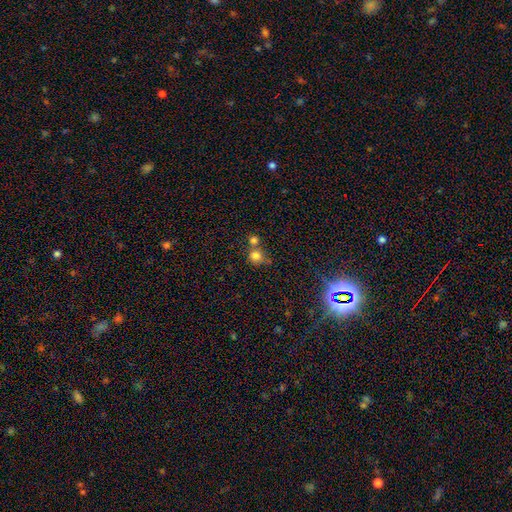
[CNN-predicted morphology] smooth 79%, star or artifact 13%, featured or disk 9%. Down the decision tree: how rounded — round (84%); merging — none (46%).